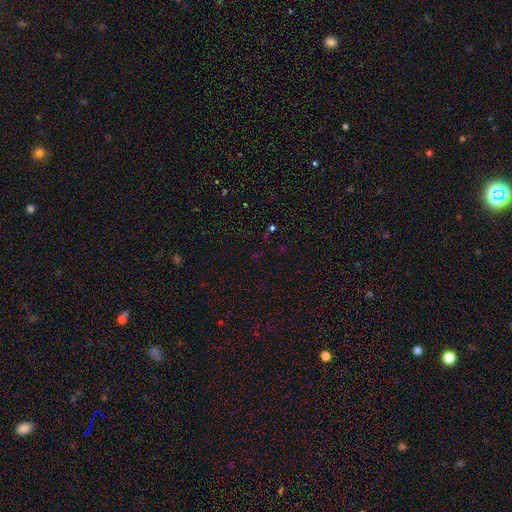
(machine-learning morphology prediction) Smooth or featured? Predicted: star or artifact (p=0.66).